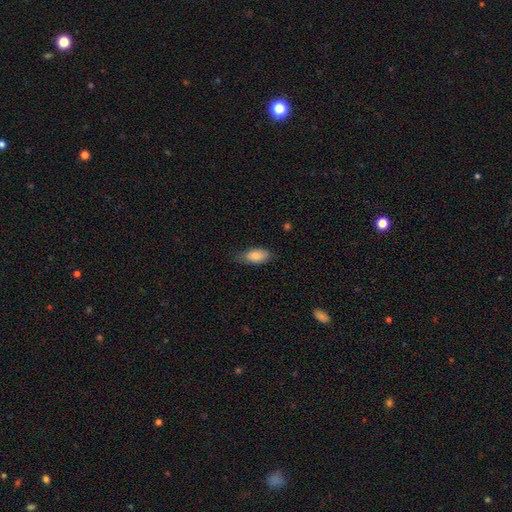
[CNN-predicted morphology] type=smooth (83%); roundness=in between (90%); merging=none (68%).